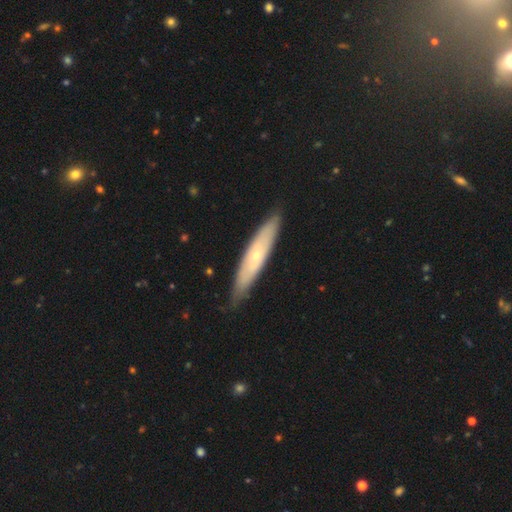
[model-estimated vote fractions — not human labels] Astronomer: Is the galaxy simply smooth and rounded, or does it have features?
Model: featured or disk — 54% (runner-up: smooth, 41%).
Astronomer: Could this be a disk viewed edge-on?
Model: yes — 58% (runner-up: no, 42%).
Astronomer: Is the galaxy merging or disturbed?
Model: none — 83%.